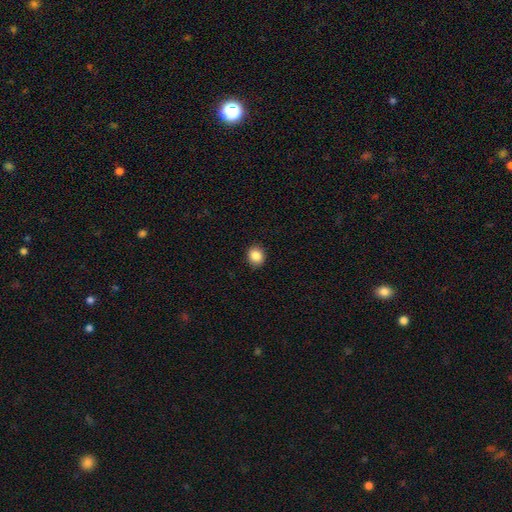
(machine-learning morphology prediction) smooth-or-featured: smooth: 86% | star or artifact: 9% | featured or disk: 5%
  how-rounded: round: 68% | in between: 31% | cigar-shaped: 1%
  merging: none: 89% | minor disturbance: 8% | major disturbance: 2% | merger: 1%